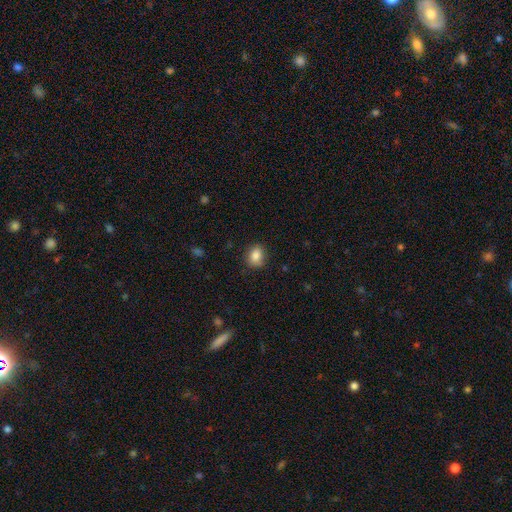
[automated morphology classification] Q: Smooth or featured?
A: smooth (85%); runner-up: star or artifact (9%)
Q: How rounded?
A: round (54%); runner-up: in between (45%)
Q: Merging?
A: none (81%); runner-up: minor disturbance (15%)